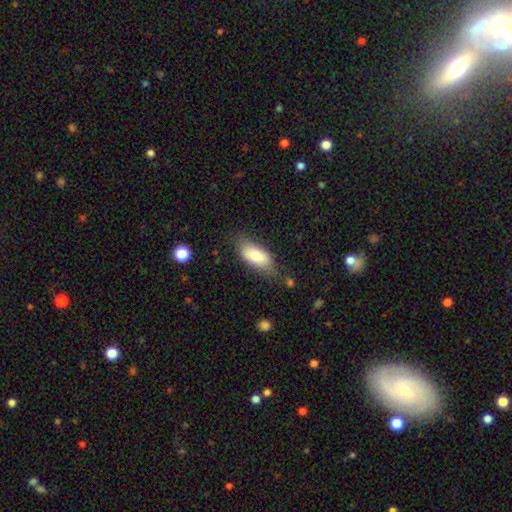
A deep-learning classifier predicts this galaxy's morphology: This appears to be a smooth galaxy with no disk features (78%) that is in between round and cigar-shaped (86%). Merging: none (61%).